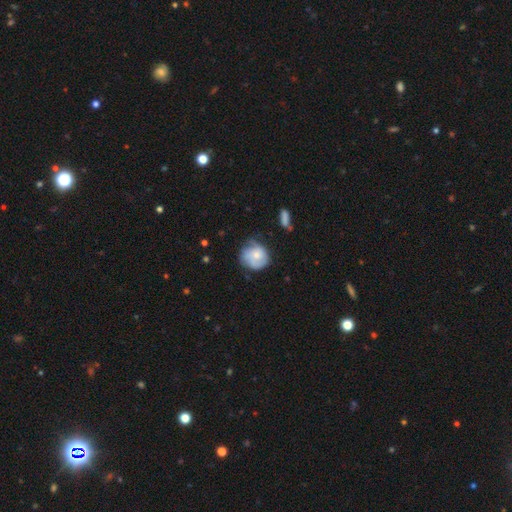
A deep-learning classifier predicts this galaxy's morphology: A smooth galaxy with no disk features (55%) that is round (79%). Merging: none (52%).